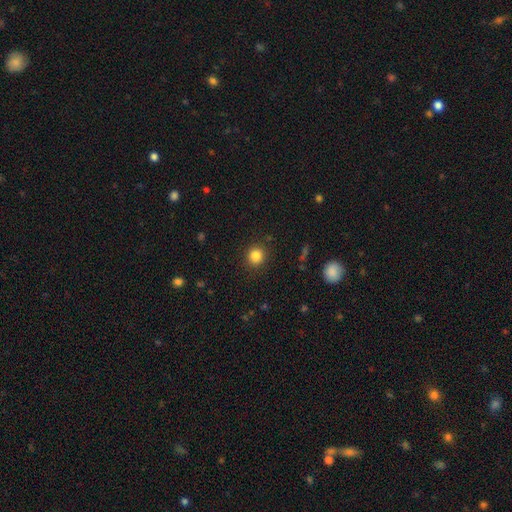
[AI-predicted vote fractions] Overall: smooth (84%). How rounded: round (89%). Merging: none (89%).